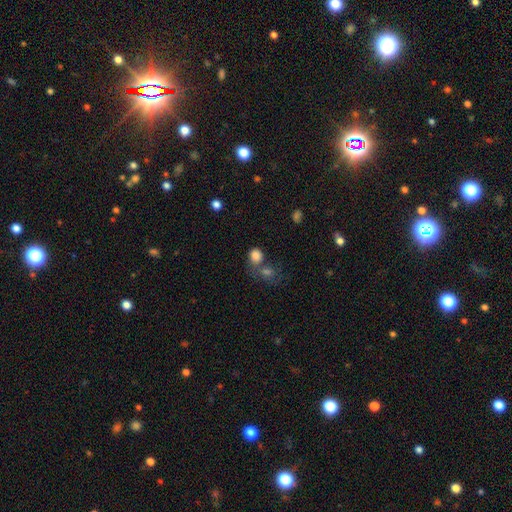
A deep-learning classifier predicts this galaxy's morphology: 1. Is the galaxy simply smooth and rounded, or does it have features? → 82% smooth, 11% star or artifact, 7% featured or disk.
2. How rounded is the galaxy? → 71% round, 28% in between, 1% cigar-shaped.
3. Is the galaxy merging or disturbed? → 42% none, 39% merger, 12% minor disturbance, 7% major disturbance.